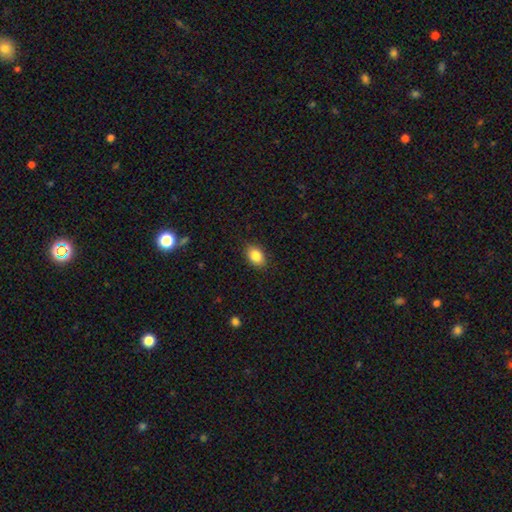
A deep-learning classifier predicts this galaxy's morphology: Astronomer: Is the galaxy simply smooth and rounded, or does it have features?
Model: smooth — 86%.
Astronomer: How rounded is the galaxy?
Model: in between — 81%.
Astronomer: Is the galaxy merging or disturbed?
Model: none — 87%.